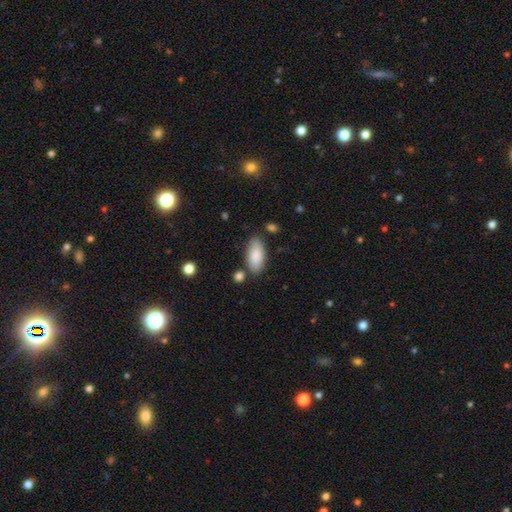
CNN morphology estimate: Q: Smooth or featured?
A: smooth (86%); runner-up: featured or disk (8%)
Q: How rounded?
A: in between (91%); runner-up: cigar-shaped (7%)
Q: Merging?
A: none (79%); runner-up: minor disturbance (13%)